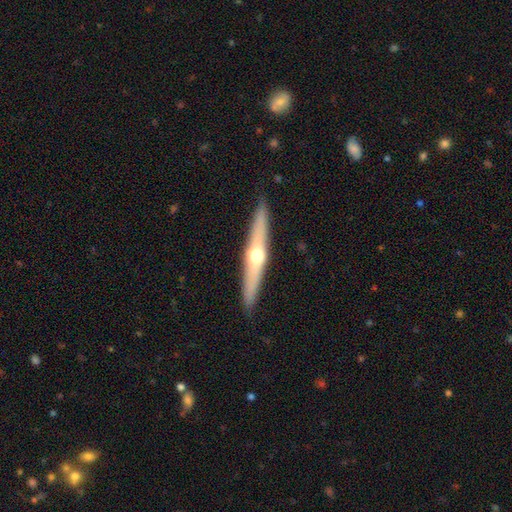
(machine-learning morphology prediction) type=featured or disk (62%); edge-on=yes (94%); edge-on bulge=rounded (92%); merging=none (90%).